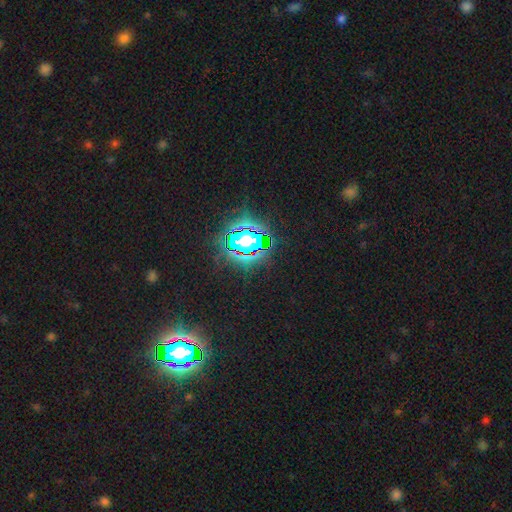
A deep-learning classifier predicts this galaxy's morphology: star or artifact 83%, smooth 11%, featured or disk 6%.